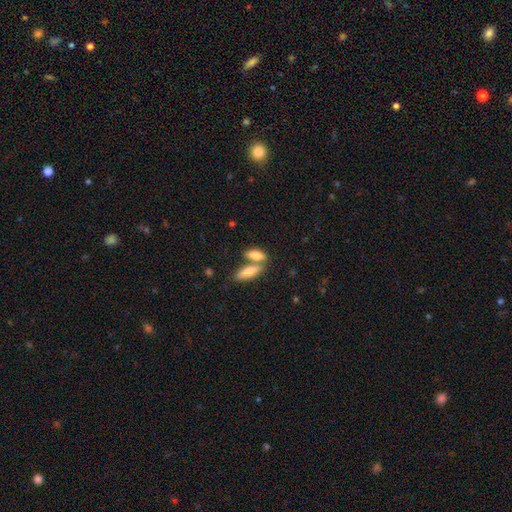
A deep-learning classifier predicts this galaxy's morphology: The model was most divided on "merging": merger: 48%, none: 41%, minor disturbance: 8%, major disturbance: 3%. More confident: smooth or featured — smooth (82%); how rounded — in between (72%).